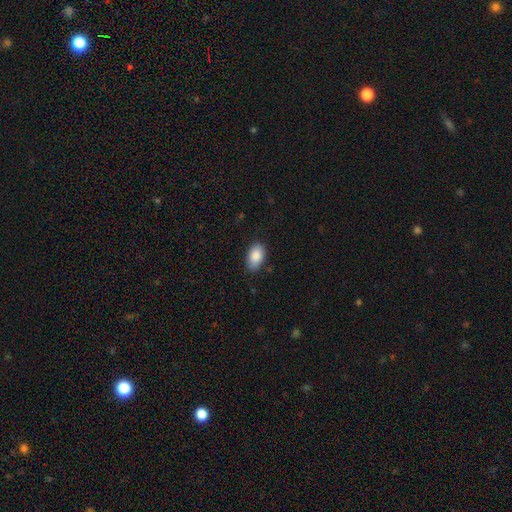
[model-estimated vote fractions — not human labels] This appears to be a smooth galaxy with no disk features (88%) that is in between round and cigar-shaped (94%). Merging: none (84%).